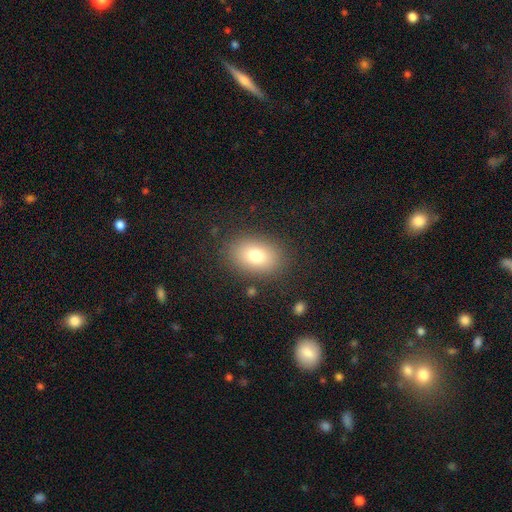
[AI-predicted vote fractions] The model was most divided on "how rounded": in between: 81%, round: 18%, cigar-shaped: 1%. More confident: merging — none (85%); smooth or featured — smooth (78%).